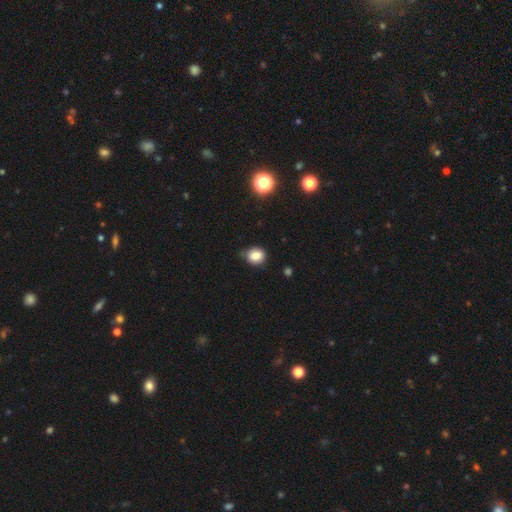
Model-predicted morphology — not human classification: Q: Smooth or featured?
A: smooth (82%); runner-up: star or artifact (11%)
Q: How rounded?
A: round (72%); runner-up: in between (27%)
Q: Merging?
A: none (70%); runner-up: minor disturbance (24%)